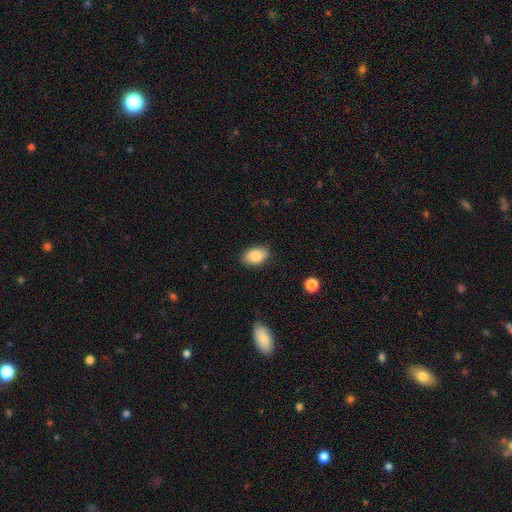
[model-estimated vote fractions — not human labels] Overall: smooth (85%). How rounded: in between (88%). Merging: none (85%).